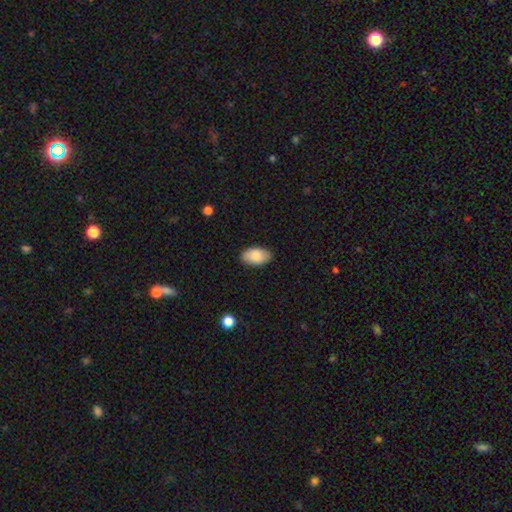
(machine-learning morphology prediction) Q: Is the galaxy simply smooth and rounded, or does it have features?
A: smooth — 87%.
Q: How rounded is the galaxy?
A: in between — 94%.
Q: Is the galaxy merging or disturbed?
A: none — 85%.